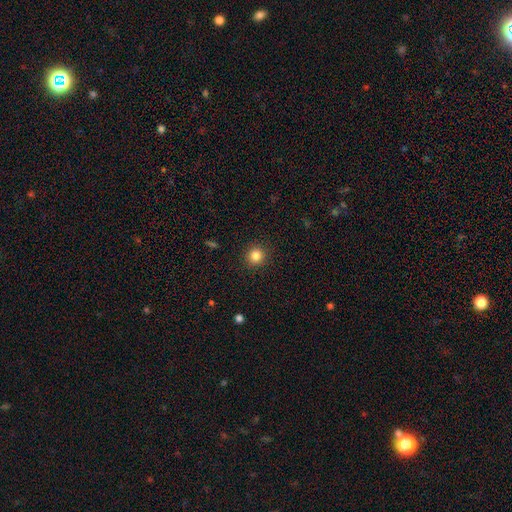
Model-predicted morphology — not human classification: smooth_or_featured: smooth (p=0.84) [alt: star or artifact p=0.11]
how_rounded: round (p=0.93) [alt: in between p=0.06]
merging: none (p=0.92) [alt: minor disturbance p=0.05]